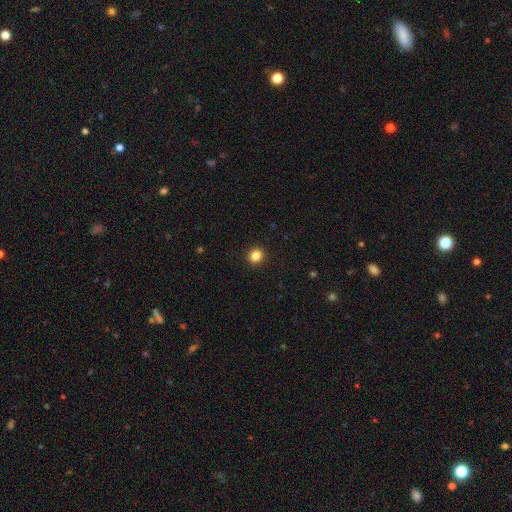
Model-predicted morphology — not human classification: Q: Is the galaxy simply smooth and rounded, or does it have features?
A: smooth — 85%.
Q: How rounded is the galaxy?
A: round — 87%.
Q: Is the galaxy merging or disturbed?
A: none — 93%.